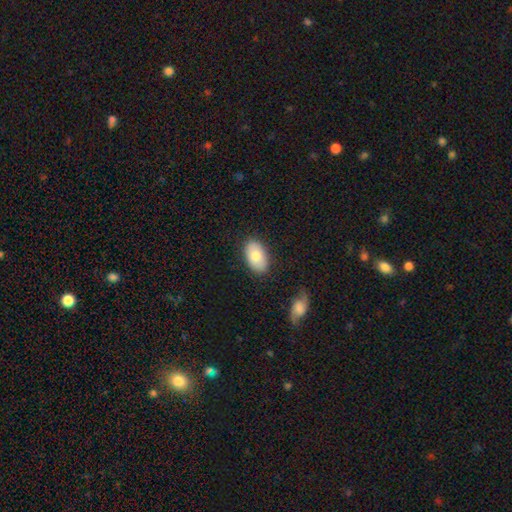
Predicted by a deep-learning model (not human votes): A smooth galaxy with no disk features (78%) that is in between round and cigar-shaped (93%).

Vote fractions:
- Smooth or featured? smooth: 78% / featured or disk: 16% / star or artifact: 6%
- How rounded? in between: 93% / round: 6% / cigar-shaped: 1%
- Merging? none: 85% / minor disturbance: 11% / major disturbance: 2% / merger: 2%